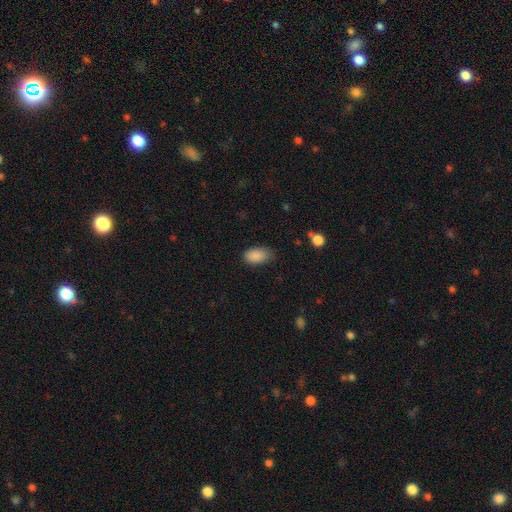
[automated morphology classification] Smooth or featured: smooth — 88% (star or artifact — 8%)
How rounded: in between — 92% (round — 6%)
Merging: none — 69% (minor disturbance — 25%)